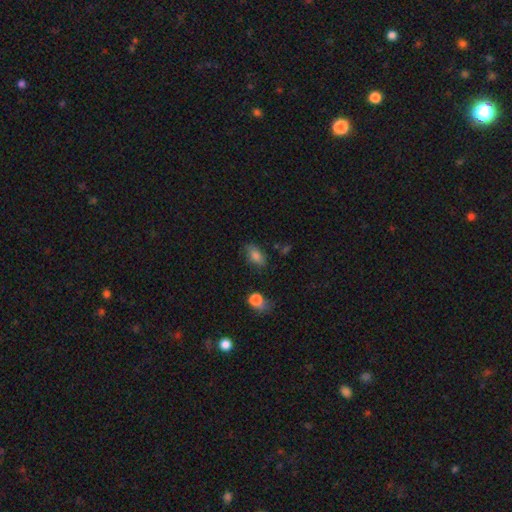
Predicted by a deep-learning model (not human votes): Smooth or featured? Predicted: smooth (p=0.81). How rounded? Predicted: in between (p=0.88). Merging? Predicted: none (p=0.73).